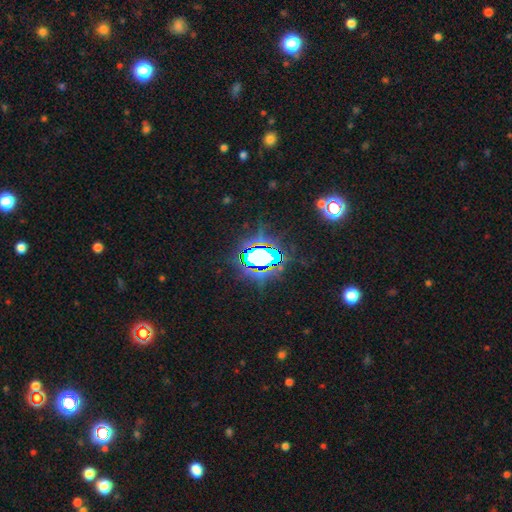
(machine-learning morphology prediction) smooth_or_featured: star or artifact (p=0.67) [alt: smooth p=0.19]